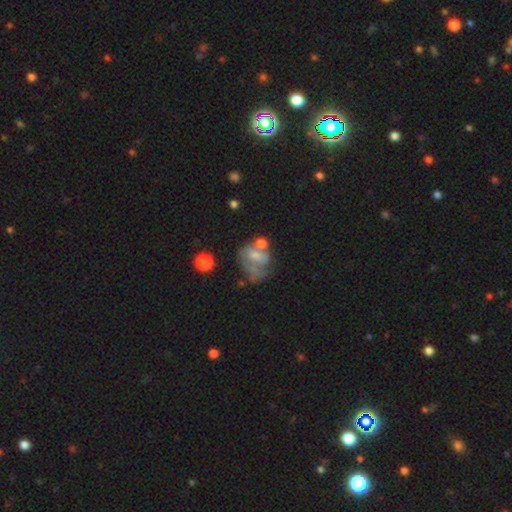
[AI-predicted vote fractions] A featured or disk galaxy (44%).

Vote fractions:
- Smooth or featured? featured or disk: 44% / smooth: 43% / star or artifact: 13%
- Merging? major disturbance: 33% / none: 26% / merger: 21% / minor disturbance: 20%